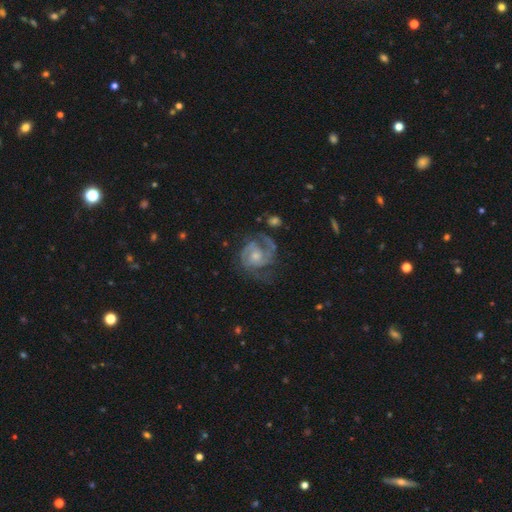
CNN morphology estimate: Smooth or featured?
  - featured or disk: 87% *
  - smooth: 8%
  - star or artifact: 5%
Edge-on disk?
  - no: 98% *
  - yes: 2%
Bar?
  - no: 67% *
  - weak: 28%
  - strong: 5%
Spiral arms?
  - yes: 96% *
  - no: 4%
Spiral winding?
  - tight: 47% *
  - medium: 42%
  - loose: 10%
Spiral arm count?
  - 2: 62% *
  - 3: 14%
  - can't tell: 11%
  - 1: 7%
  - 4: 3%
  - more than 4: 3%
Bulge size?
  - small: 47% *
  - moderate: 44%
  - none: 5%
  - large: 4%
  - dominant: 1%
Merging?
  - none: 58% *
  - minor disturbance: 21%
  - major disturbance: 18%
  - merger: 3%